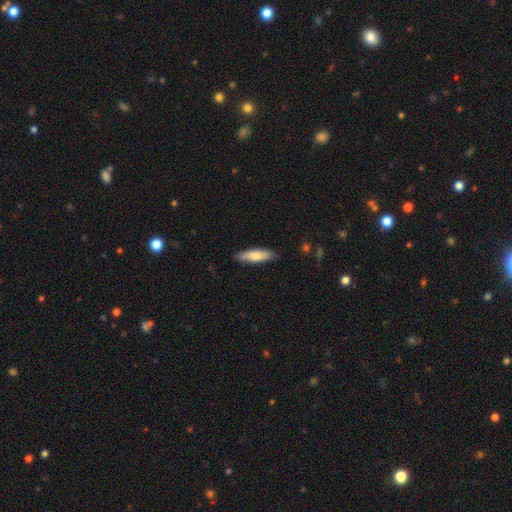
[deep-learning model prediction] Smooth or featured? smooth (77%)
How rounded? cigar-shaped (60%)
Merging? none (85%)